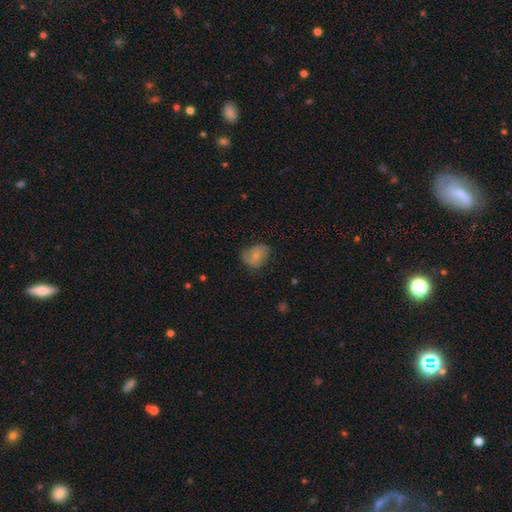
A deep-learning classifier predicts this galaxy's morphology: Q: Smooth or featured?
A: smooth (65%); runner-up: featured or disk (27%)
Q: How rounded?
A: in between (62%); runner-up: round (37%)
Q: Merging?
A: none (54%); runner-up: minor disturbance (33%)